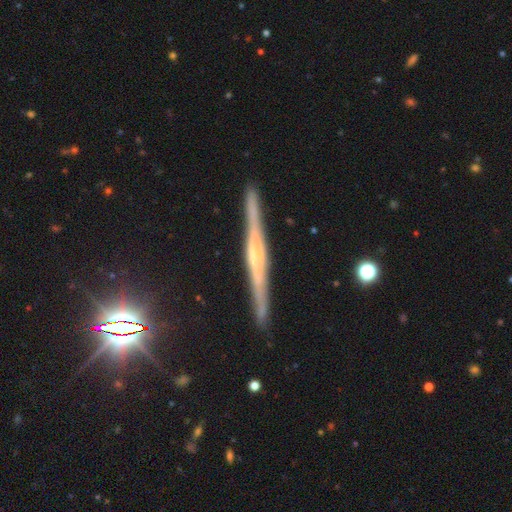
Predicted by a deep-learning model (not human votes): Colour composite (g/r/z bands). It shows a featured or disk galaxy (78%) viewed edge-on (98%) with a rounded central bulge (37%). Merging: none (90%).